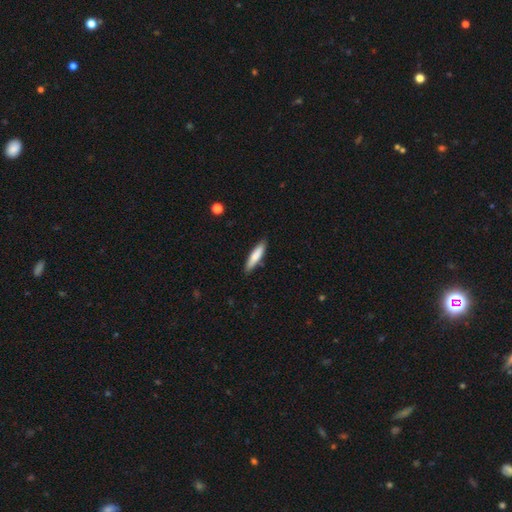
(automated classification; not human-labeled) smooth_or_featured: smooth (p=0.74) [alt: featured or disk p=0.21]
how_rounded: cigar-shaped (p=0.78) [alt: in between p=0.20]
merging: none (p=0.87) [alt: minor disturbance p=0.10]